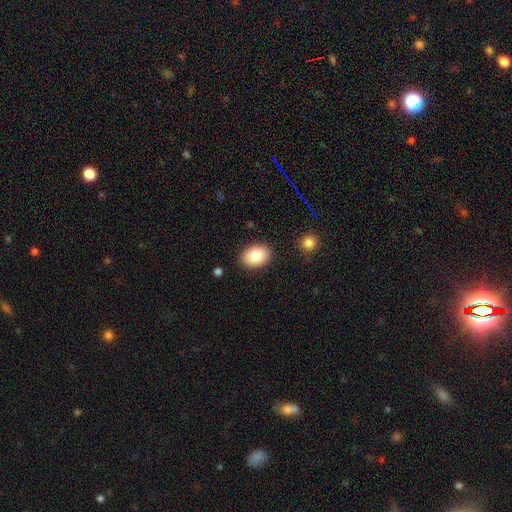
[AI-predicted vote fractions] A smooth galaxy with no disk features (88%) that is in between round and cigar-shaped (81%).

Vote fractions:
- Smooth or featured? smooth: 88% / star or artifact: 7% / featured or disk: 5%
- How rounded? in between: 81% / round: 18% / cigar-shaped: 1%
- Merging? none: 86% / minor disturbance: 9% / major disturbance: 2% / merger: 2%